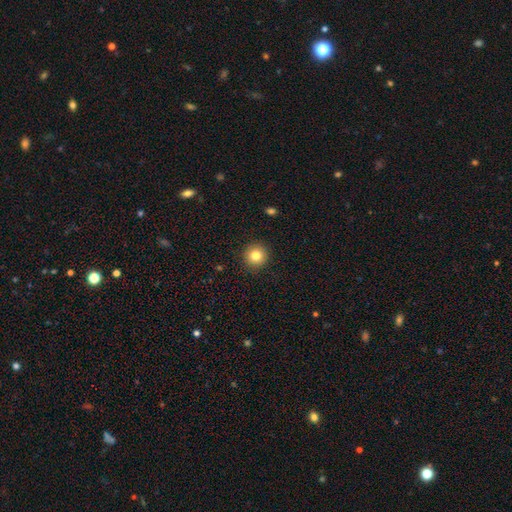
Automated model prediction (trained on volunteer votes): A smooth galaxy with no disk features (83%) that is round (94%). Merging: none (92%).